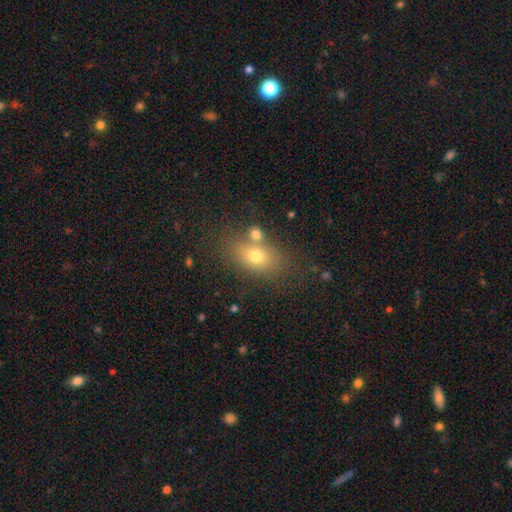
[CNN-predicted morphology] This is likely a smooth galaxy (70%). How rounded: likely in between (76%). Merging: likely none (65%).